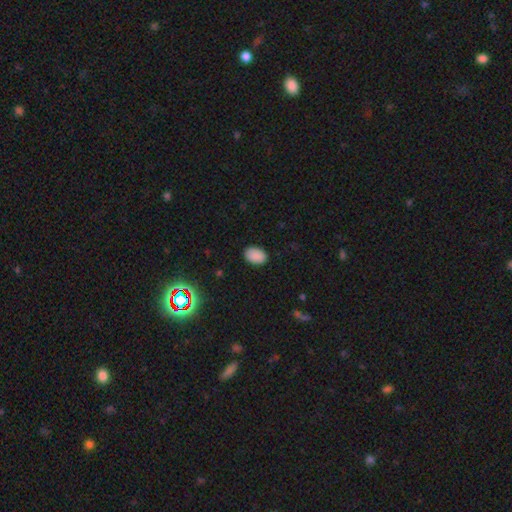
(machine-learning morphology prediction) Smooth or featured: smooth — 88% (star or artifact — 9%)
How rounded: in between — 86% (round — 13%)
Merging: none — 87% (minor disturbance — 9%)